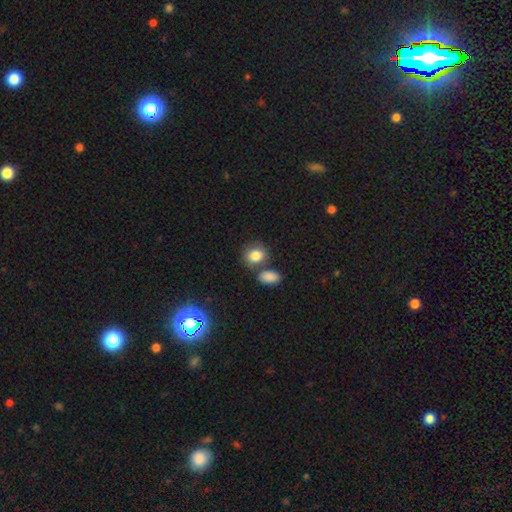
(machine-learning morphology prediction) A smooth galaxy with no disk features (84%) that is round (52%). Merging: none (61%).